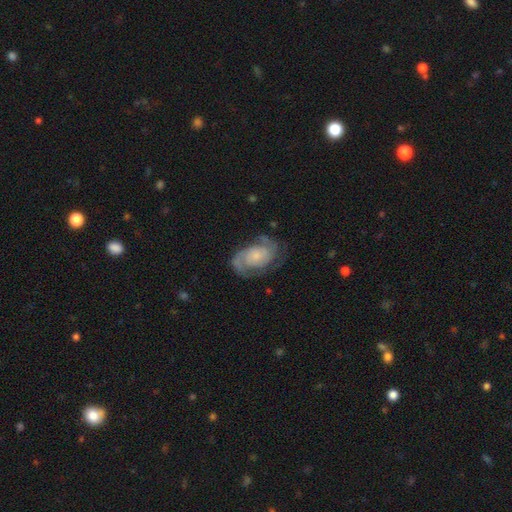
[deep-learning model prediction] smooth-or-featured: featured or disk: 82% | smooth: 12% | star or artifact: 6%
  disk-edge-on: no: 97% | yes: 3%
    bar: no: 72% | weak: 23% | strong: 5%
    has-spiral-arms: yes: 95% | no: 5%
      spiral-winding: tight: 46% | medium: 41% | loose: 13%
      spiral-arm-count: 2: 76% | can't tell: 10% | 3: 6% | 1: 5% | 4: 2% | more than 4: 2%
    bulge-size: small: 56% | moderate: 24% | none: 13% | large: 6% | dominant: 2%
  merging: none: 69% | minor disturbance: 19% | major disturbance: 11% | merger: 1%